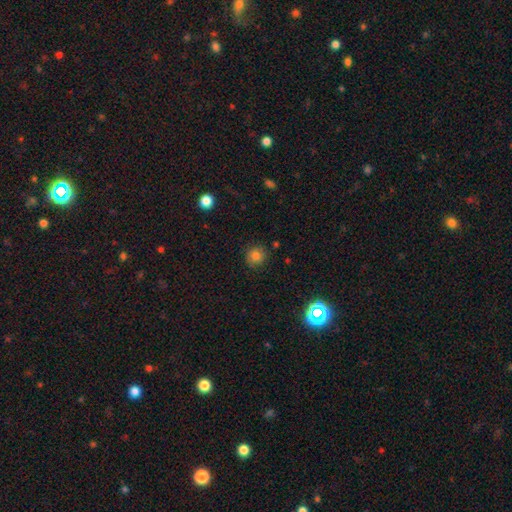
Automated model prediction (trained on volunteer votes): A smooth galaxy with no disk features (79%) that is round (91%).

Vote fractions:
- Smooth or featured? smooth: 79% / star or artifact: 14% / featured or disk: 7%
- How rounded? round: 91% / in between: 8% / cigar-shaped: 1%
- Merging? none: 87% / minor disturbance: 9% / major disturbance: 2% / merger: 2%